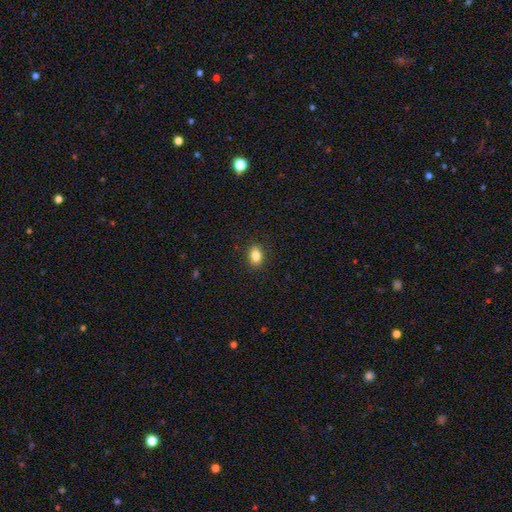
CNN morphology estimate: smooth_or_featured: smooth (p=0.85) [alt: star or artifact p=0.10]
how_rounded: in between (p=0.70) [alt: round p=0.29]
merging: none (p=0.89) [alt: minor disturbance p=0.08]